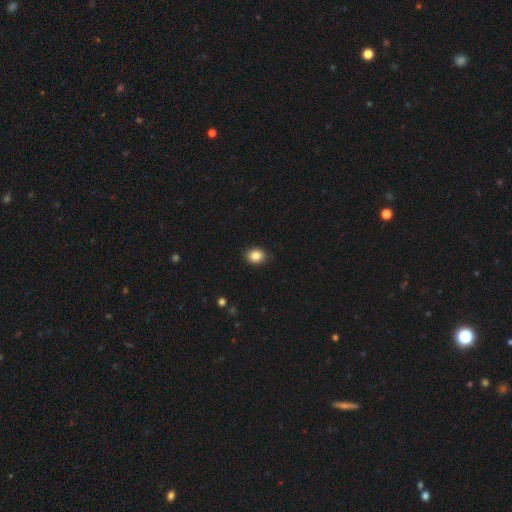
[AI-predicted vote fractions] A smooth galaxy with no disk features (85%) that is round (53%).

Vote fractions:
- Smooth or featured? smooth: 85% / star or artifact: 9% / featured or disk: 6%
- How rounded? round: 53% / in between: 46% / cigar-shaped: 1%
- Merging? none: 89% / minor disturbance: 8% / major disturbance: 2% / merger: 1%